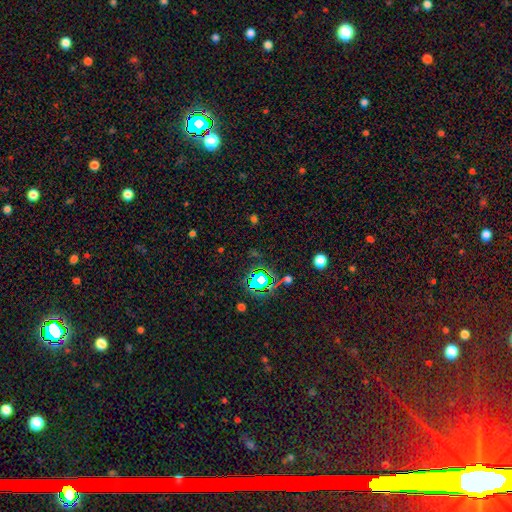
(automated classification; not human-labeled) This is likely a star or artifact rather than a galaxy (74%).